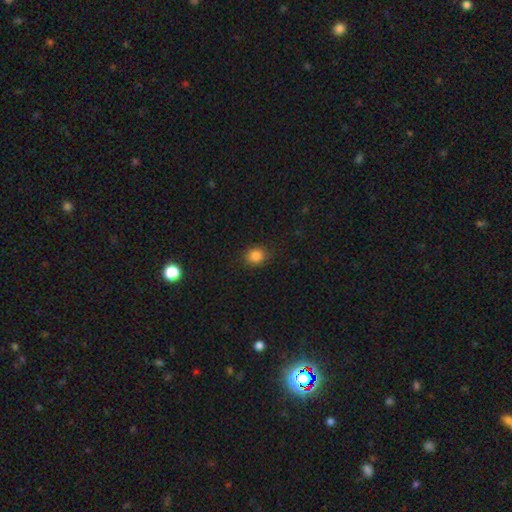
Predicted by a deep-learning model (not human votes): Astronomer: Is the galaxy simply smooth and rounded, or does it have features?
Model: smooth — 85%.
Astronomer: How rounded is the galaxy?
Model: round — 75%.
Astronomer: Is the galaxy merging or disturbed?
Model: none — 86%.